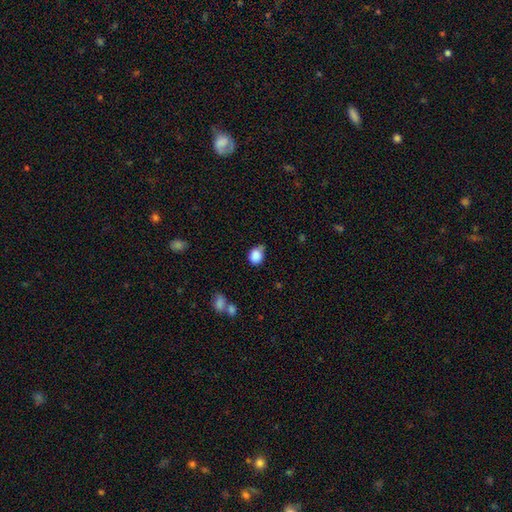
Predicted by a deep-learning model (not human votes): This appears to be a smooth galaxy with no disk features (87%) that is round (53%). Merging: none (50%).